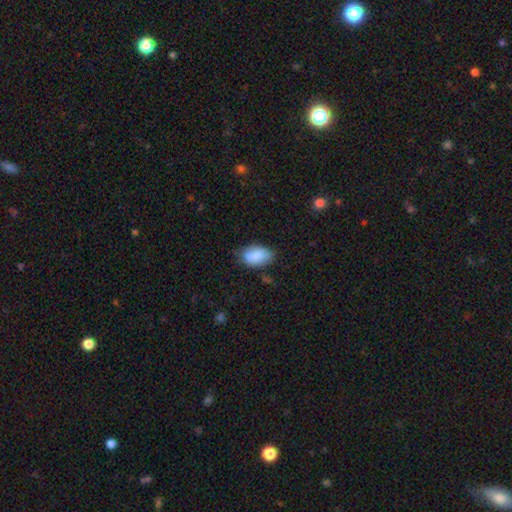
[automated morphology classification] The model was most divided on "merging": none: 58%, minor disturbance: 30%, major disturbance: 7%, merger: 5%. More confident: how rounded — in between (90%); smooth or featured — smooth (80%).